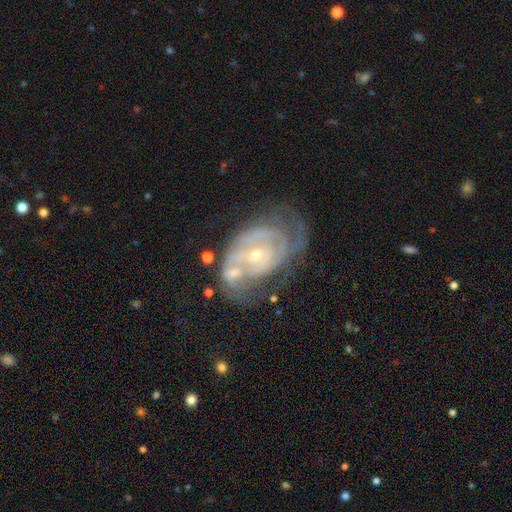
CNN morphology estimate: The model was most divided on "merging": none: 33%, major disturbance: 23%, minor disturbance: 22%, merger: 22%. Remaining: edge-on disk — no (96%); spiral arms — yes (87%); smooth or featured — featured or disk (84%); bulge size — small (70%); spiral winding — tight (63%); bar — no (58%); spiral arm count — can't tell (41%).